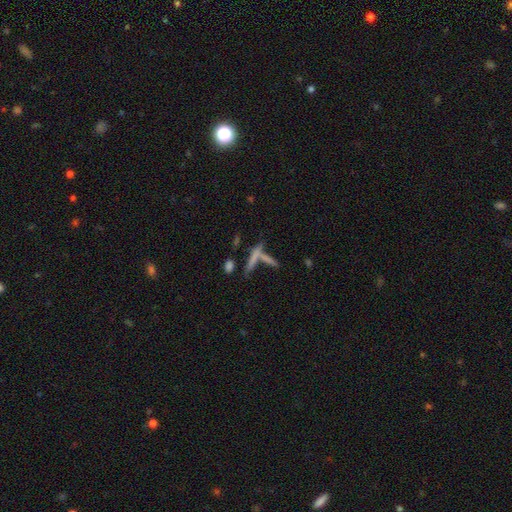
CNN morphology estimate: The model was most divided on "smooth or featured": smooth: 40%, featured or disk: 35%, star or artifact: 26%. More confident: merging — none (51%).